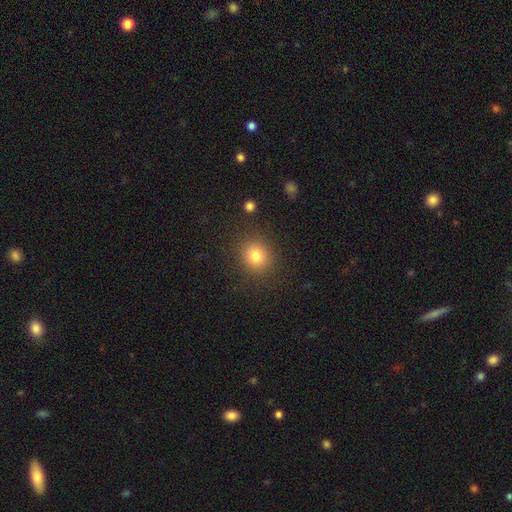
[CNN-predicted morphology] Smooth or featured?
  - smooth: 81% *
  - star or artifact: 13%
  - featured or disk: 7%
How rounded?
  - round: 86% *
  - in between: 14%
  - cigar-shaped: 1%
Merging?
  - none: 88% *
  - minor disturbance: 7%
  - major disturbance: 3%
  - merger: 2%